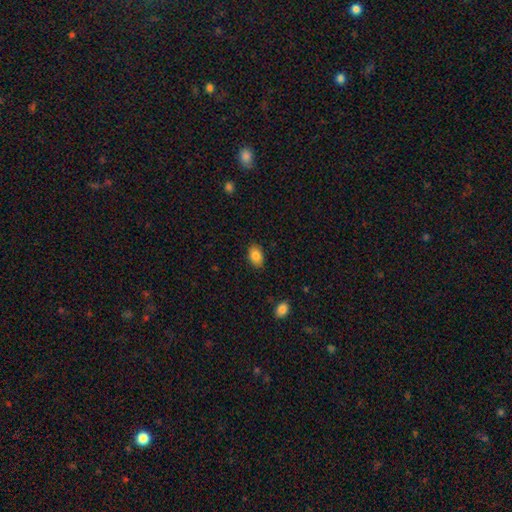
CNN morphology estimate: A smooth galaxy with no disk features (84%) that is in between round and cigar-shaped (84%).

Vote fractions:
- Smooth or featured? smooth: 84% / star or artifact: 8% / featured or disk: 8%
- How rounded? in between: 84% / round: 15% / cigar-shaped: 1%
- Merging? none: 87% / minor disturbance: 10% / major disturbance: 2% / merger: 1%